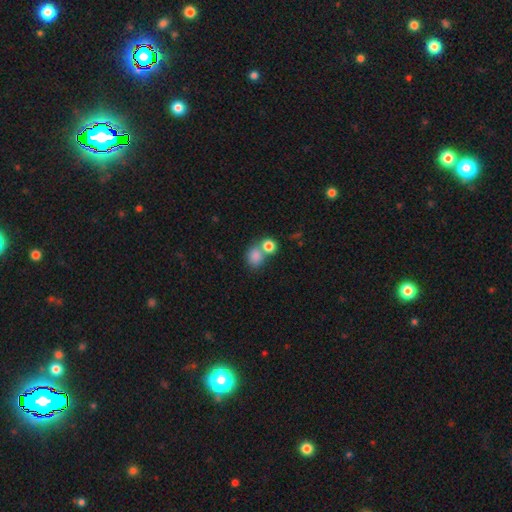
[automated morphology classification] A smooth galaxy with no disk features (82%) that is round (65%).

Vote fractions:
- Smooth or featured? smooth: 82% / star or artifact: 11% / featured or disk: 7%
- How rounded? round: 65% / in between: 34% / cigar-shaped: 1%
- Merging? none: 43% (tied) / merger: 43% (tied) / minor disturbance: 9% / major disturbance: 4%